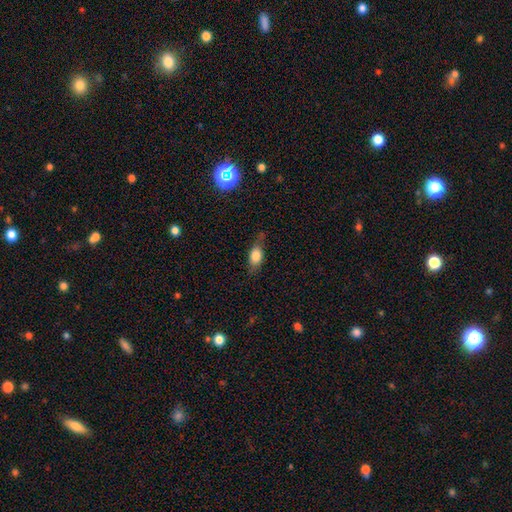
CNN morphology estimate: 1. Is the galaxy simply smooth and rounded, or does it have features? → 73% smooth, 18% featured or disk, 9% star or artifact.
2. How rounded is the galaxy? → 79% in between, 11% cigar-shaped, 10% round.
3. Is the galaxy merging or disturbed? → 62% none, 26% minor disturbance, 9% major disturbance, 2% merger.